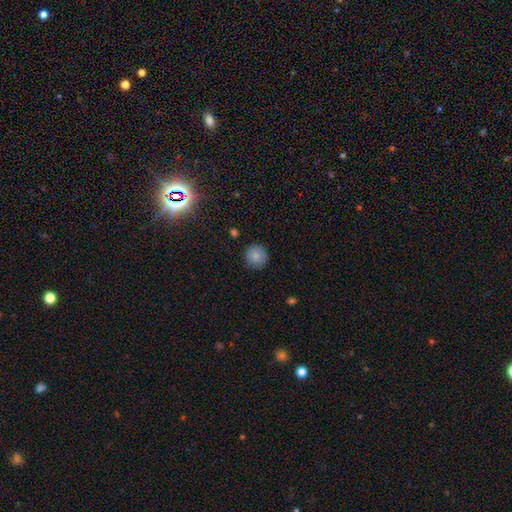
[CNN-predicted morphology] The model was most divided on "smooth or featured": smooth: 83%, star or artifact: 10%, featured or disk: 7%. More confident: how rounded — round (93%); merging — none (88%).